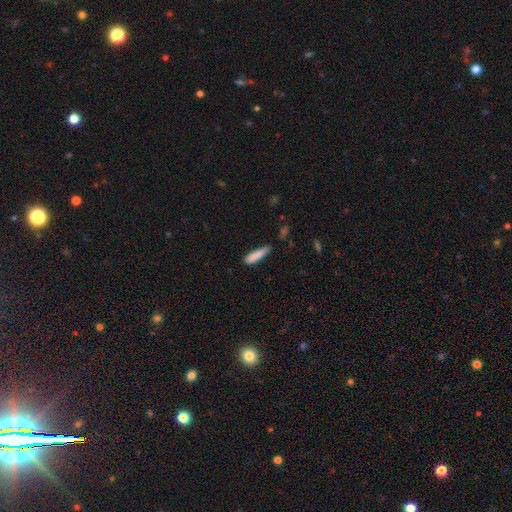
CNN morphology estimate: smooth-or-featured: smooth: 85% | featured or disk: 8% | star or artifact: 7%
  how-rounded: cigar-shaped: 80% | in between: 18% | round: 1%
  merging: none: 66% | minor disturbance: 27% | major disturbance: 5% | merger: 2%